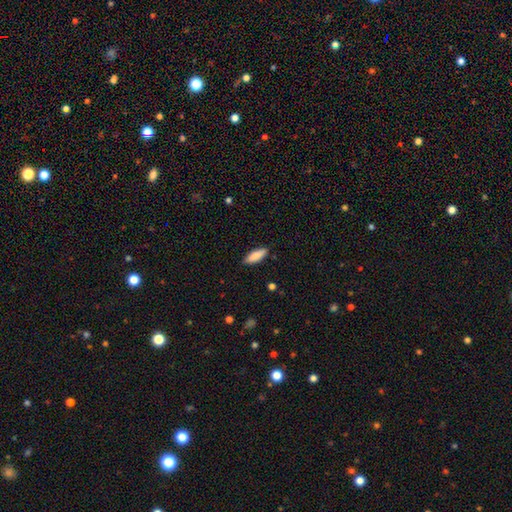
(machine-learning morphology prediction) A smooth galaxy with no disk features (86%) that is in between round and cigar-shaped (59%). Merging: none (88%).